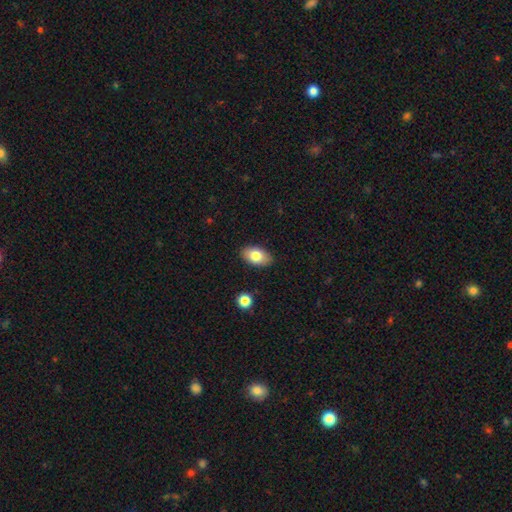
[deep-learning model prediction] Q: Smooth or featured?
A: smooth (79%); runner-up: featured or disk (13%)
Q: How rounded?
A: in between (93%); runner-up: round (5%)
Q: Merging?
A: none (87%); runner-up: minor disturbance (9%)